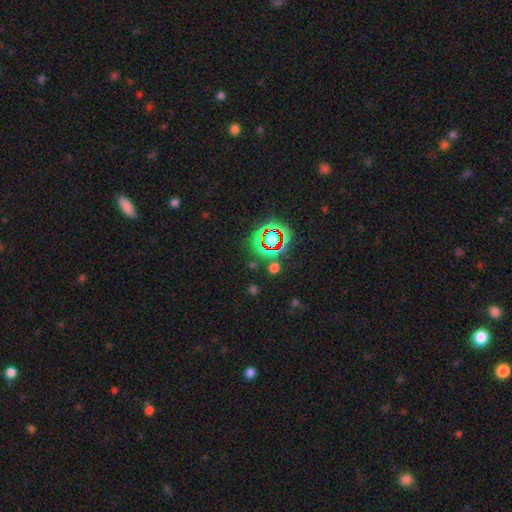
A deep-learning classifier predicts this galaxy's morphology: Overall: star or artifact (70%).